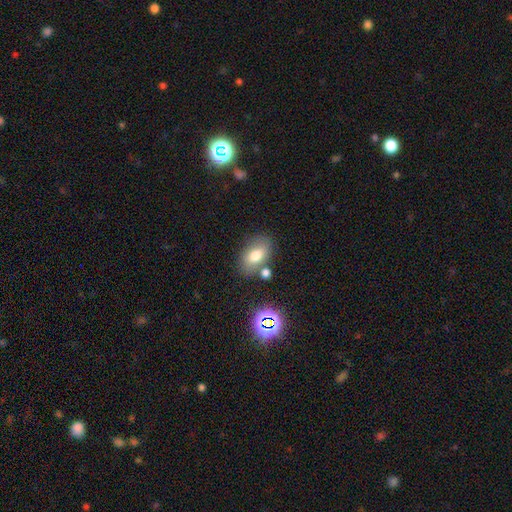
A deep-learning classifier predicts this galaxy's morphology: smooth-or-featured: smooth: 73% | featured or disk: 15% | star or artifact: 12%
  how-rounded: in between: 87% | round: 11% | cigar-shaped: 2%
  merging: none: 70% | minor disturbance: 14% | merger: 11% | major disturbance: 5%